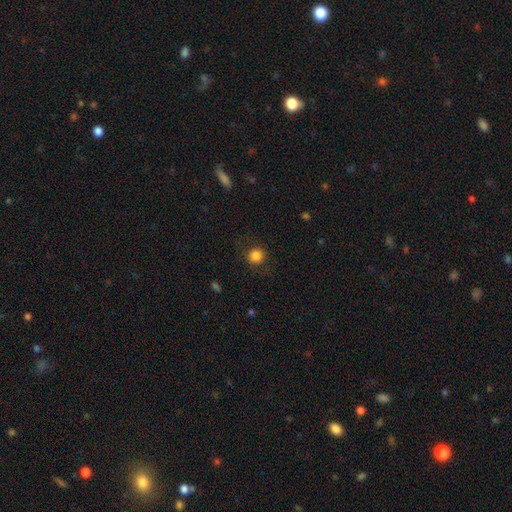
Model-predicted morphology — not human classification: This appears to be a smooth galaxy with no disk features (85%) that is round (92%). Merging: none (88%).